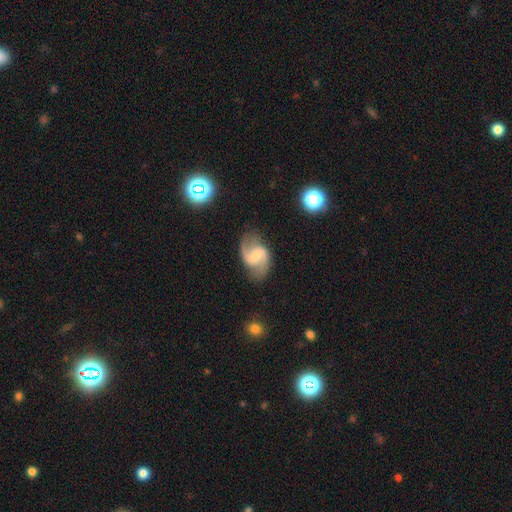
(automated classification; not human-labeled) smooth-or-featured: featured or disk: 83% | smooth: 10% | star or artifact: 6%
  disk-edge-on: no: 98% | yes: 2%
    bar: weak: 54% | no: 28% | strong: 18%
    has-spiral-arms: yes: 96% | no: 4%
      spiral-winding: loose: 47% | medium: 44% | tight: 9%
      spiral-arm-count: 2: 92% | can't tell: 3% | 1: 2% | 3: 1% | 4: 1% | more than 4: 1%
    bulge-size: small: 46% | moderate: 28% | none: 21% | large: 4% | dominant: 1%
  merging: none: 74% | minor disturbance: 17% | major disturbance: 7% | merger: 2%